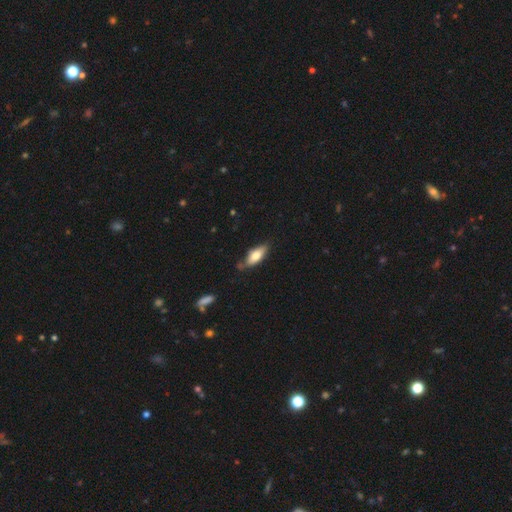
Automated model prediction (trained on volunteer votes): smooth-or-featured: smooth: 72% | featured or disk: 21% | star or artifact: 6%
  how-rounded: in between: 75% | cigar-shaped: 23% | round: 2%
  merging: none: 71% | minor disturbance: 20% | merger: 5% | major disturbance: 4%